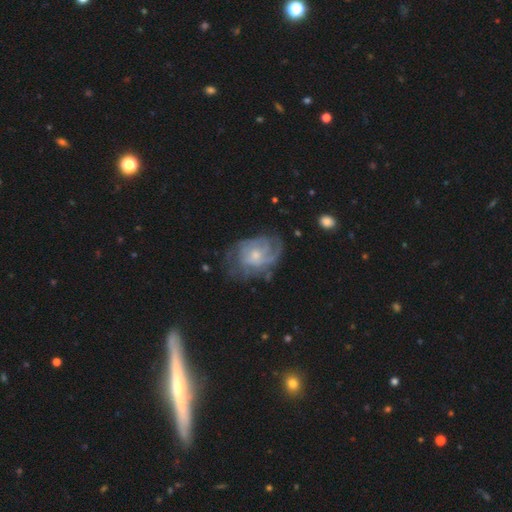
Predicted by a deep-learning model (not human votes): This appears to be a featured or disk galaxy (78%) with no bar (70%), tight (50%) spiral arms (89%) and a small central bulge (51%). Merging: none (60%).